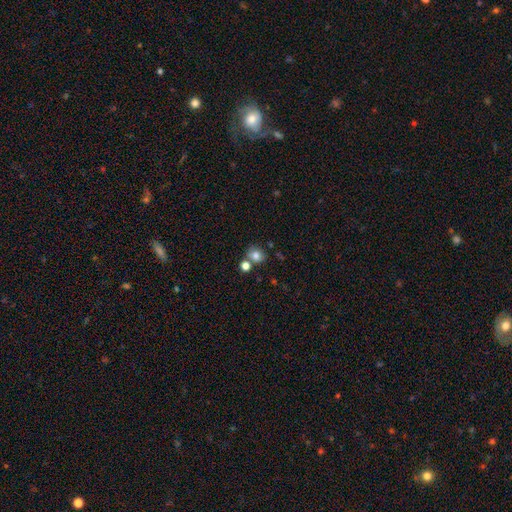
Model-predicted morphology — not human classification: A smooth galaxy with no disk features (78%) that is round (75%).

Vote fractions:
- Smooth or featured? smooth: 78% / star or artifact: 12% / featured or disk: 10%
- How rounded? round: 75% / in between: 24% / cigar-shaped: 1%
- Merging? none: 59% / merger: 25% / minor disturbance: 11% / major disturbance: 4%